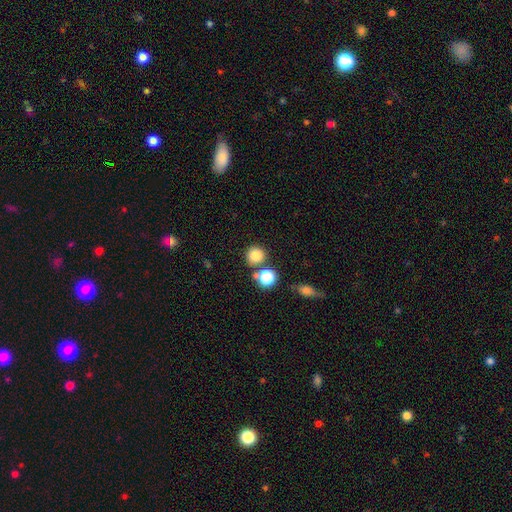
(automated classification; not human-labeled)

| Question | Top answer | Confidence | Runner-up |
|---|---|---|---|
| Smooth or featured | smooth | 82% | star or artifact (13%) |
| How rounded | round | 90% | in between (9%) |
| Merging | none | 71% | merger (18%) |